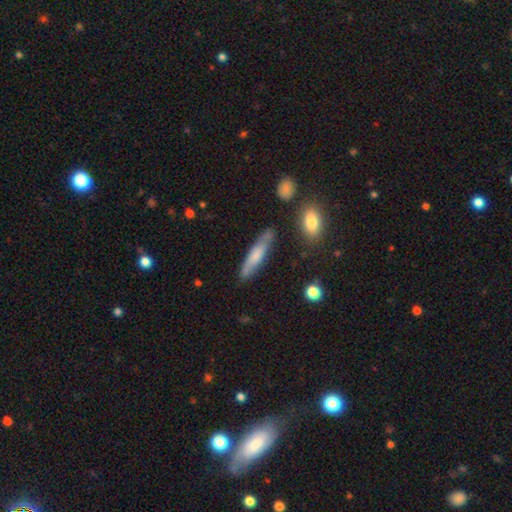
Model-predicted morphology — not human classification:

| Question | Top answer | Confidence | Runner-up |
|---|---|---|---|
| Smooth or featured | smooth | 58% | featured or disk (35%) |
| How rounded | cigar-shaped | 82% | in between (16%) |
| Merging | none | 76% | minor disturbance (16%) |